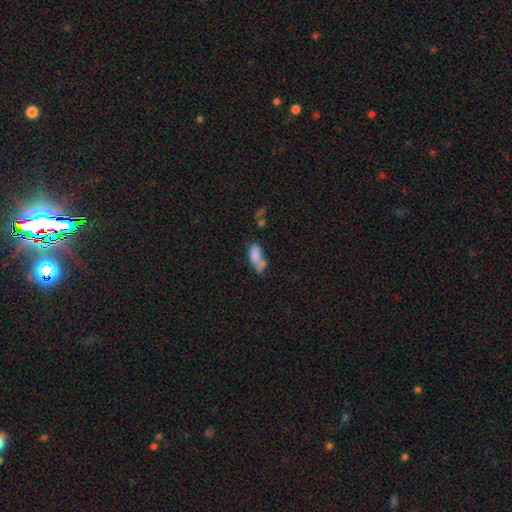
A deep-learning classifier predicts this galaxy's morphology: Smooth or featured?
  - smooth: 76% *
  - featured or disk: 14%
  - star or artifact: 10%
How rounded?
  - in between: 85% *
  - cigar-shaped: 10%
  - round: 5%
Merging?
  - merger: 39% *
  - none: 33%
  - minor disturbance: 18%
  - major disturbance: 10%